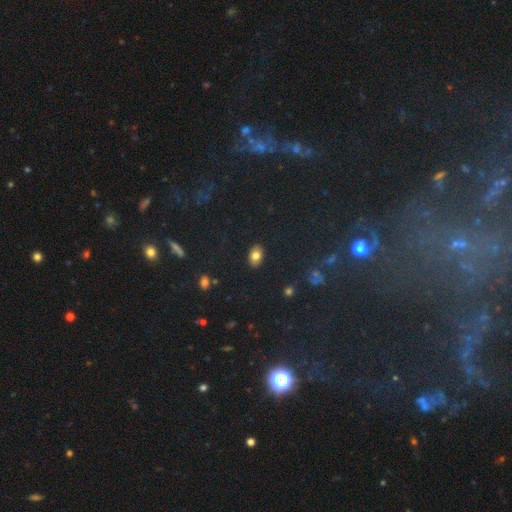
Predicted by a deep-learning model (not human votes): Smooth or featured? smooth (79%)
How rounded? in between (84%)
Merging? none (88%)